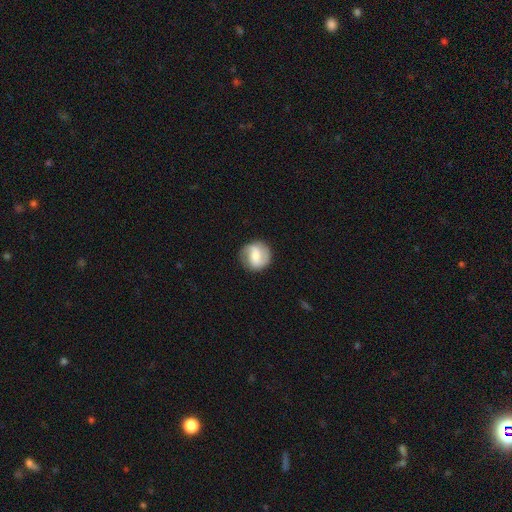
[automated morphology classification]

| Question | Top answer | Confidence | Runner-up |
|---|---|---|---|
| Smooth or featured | featured or disk | 54% | smooth (39%) |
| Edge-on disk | no | 97% | yes (3%) |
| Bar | weak | 45% | strong (27%) |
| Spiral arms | yes | 85% | no (15%) |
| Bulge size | moderate | 44% | small (41%) |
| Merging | none | 82% | minor disturbance (13%) |